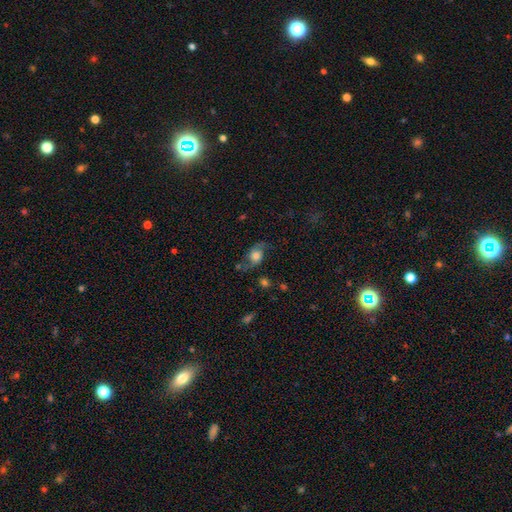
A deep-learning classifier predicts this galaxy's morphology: Smooth or featured?
  - featured or disk: 49% *
  - smooth: 40%
  - star or artifact: 11%
Merging?
  - none: 60% *
  - minor disturbance: 22%
  - major disturbance: 15%
  - merger: 3%